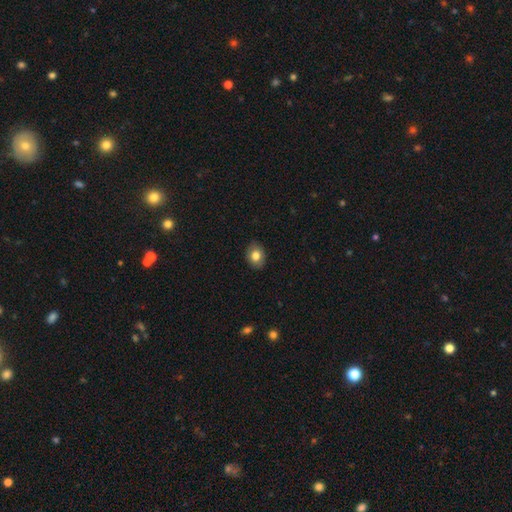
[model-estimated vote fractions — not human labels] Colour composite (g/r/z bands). It shows a smooth galaxy with no disk features (79%) that is in between round and cigar-shaped (59%). Merging: none (86%).